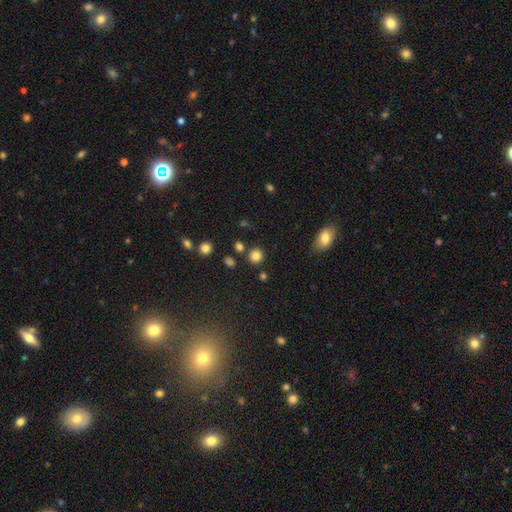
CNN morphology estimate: Smooth or featured?
  - smooth: 83% *
  - star or artifact: 12%
  - featured or disk: 5%
How rounded?
  - round: 87% *
  - in between: 12%
  - cigar-shaped: 1%
Merging?
  - none: 84% *
  - minor disturbance: 8%
  - merger: 5%
  - major disturbance: 3%